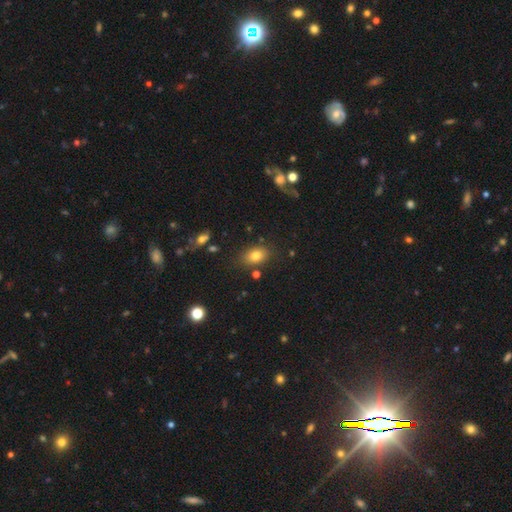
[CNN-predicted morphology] A smooth galaxy with no disk features (79%) that is in between round and cigar-shaped (80%). Merging: none (79%).